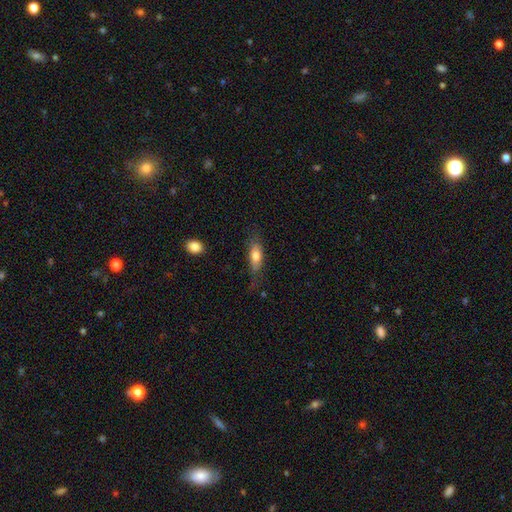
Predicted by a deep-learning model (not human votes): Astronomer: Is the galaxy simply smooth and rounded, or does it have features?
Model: smooth — 71%.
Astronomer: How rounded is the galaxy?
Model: in between — 70%.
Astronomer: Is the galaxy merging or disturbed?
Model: none — 57%.